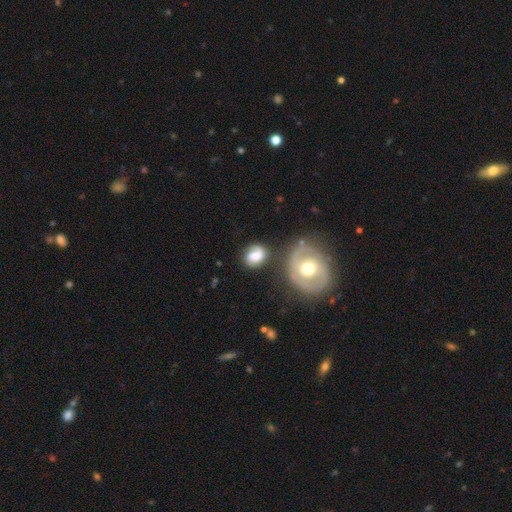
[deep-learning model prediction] smooth-or-featured: smooth: 48% | featured or disk: 44% | star or artifact: 8%
  merging: none: 56% | minor disturbance: 20% | merger: 14% | major disturbance: 10%